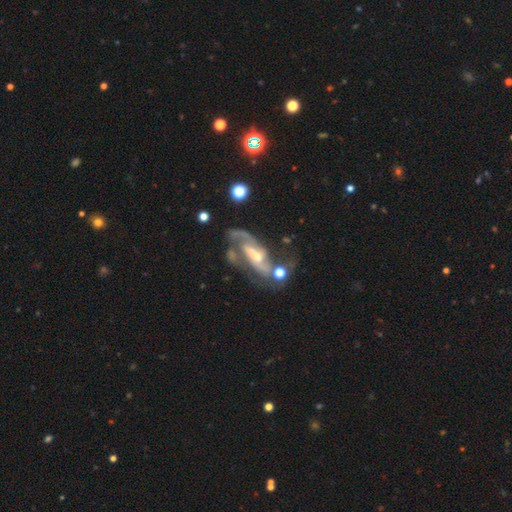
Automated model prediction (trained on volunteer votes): Q: Smooth or featured?
A: featured or disk (87%); runner-up: smooth (7%)
Q: Edge-on disk?
A: no (93%); runner-up: yes (7%)
Q: Bar?
A: weak (40%); runner-up: strong (39%)
Q: Spiral arms?
A: yes (95%); runner-up: no (5%)
Q: Spiral winding?
A: medium (50%); runner-up: loose (27%)
Q: Spiral arm count?
A: 2 (72%); runner-up: can't tell (10%)
Q: Bulge size?
A: small (46%); runner-up: moderate (44%)
Q: Merging?
A: none (44%); runner-up: major disturbance (21%)